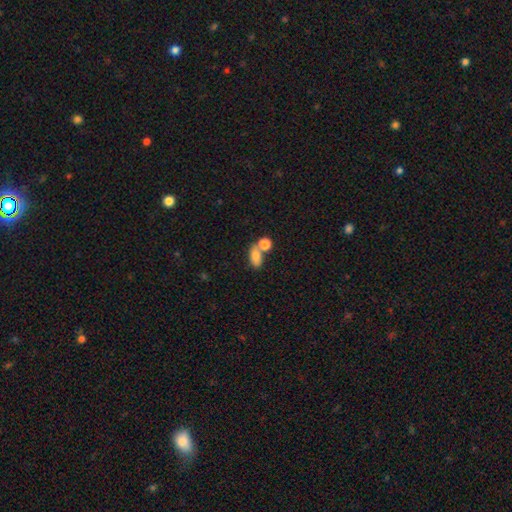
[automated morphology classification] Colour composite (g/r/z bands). It shows a smooth galaxy with no disk features (78%) that is in between round and cigar-shaped (80%). Merging: none (42%).